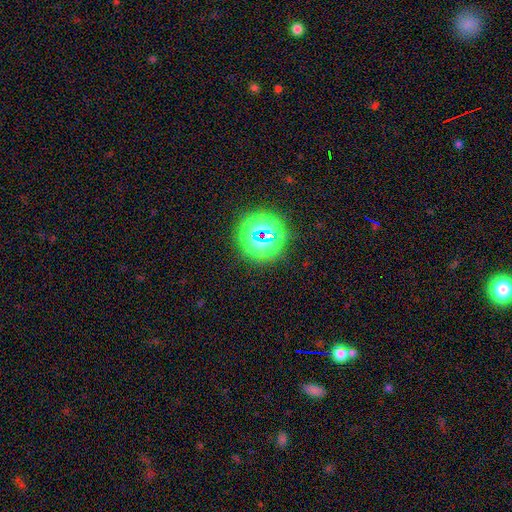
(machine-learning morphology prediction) A star or artifact, not a galaxy (79%).